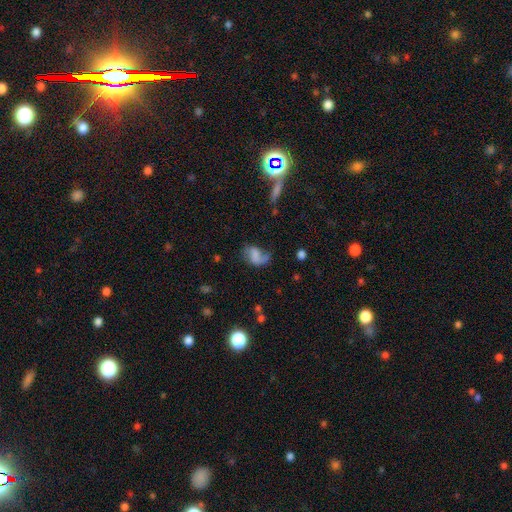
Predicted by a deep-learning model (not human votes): Smooth or featured? Predicted: featured or disk (p=0.51). Edge-on disk? Predicted: no (p=0.97). Merging? Predicted: none (p=0.44).